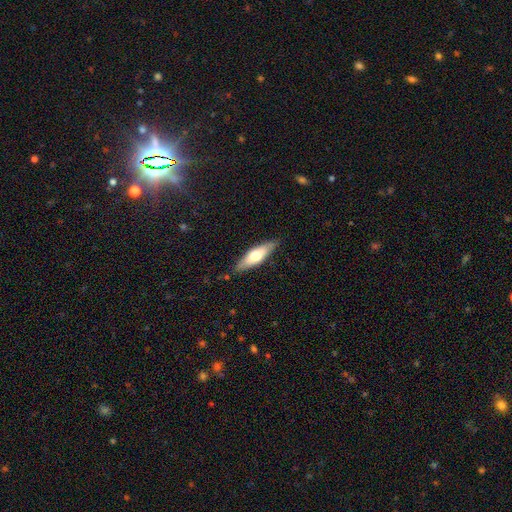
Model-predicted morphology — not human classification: Q: Smooth or featured?
A: smooth (53%); runner-up: featured or disk (42%)
Q: How rounded?
A: cigar-shaped (51%); runner-up: in between (47%)
Q: Merging?
A: none (83%); runner-up: minor disturbance (14%)